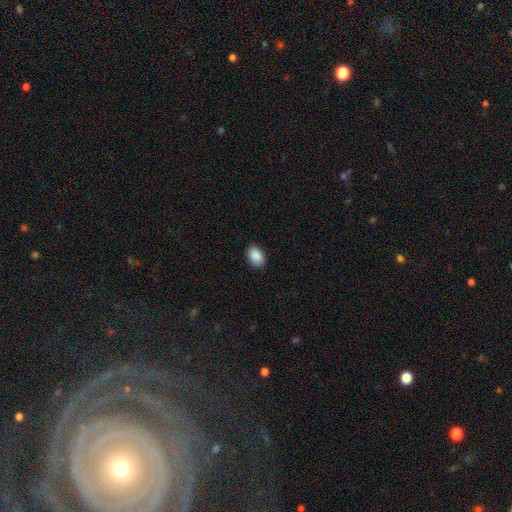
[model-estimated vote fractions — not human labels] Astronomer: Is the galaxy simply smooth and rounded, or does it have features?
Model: smooth — 90%.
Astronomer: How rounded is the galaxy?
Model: in between — 84%.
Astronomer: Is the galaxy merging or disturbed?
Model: none — 89%.